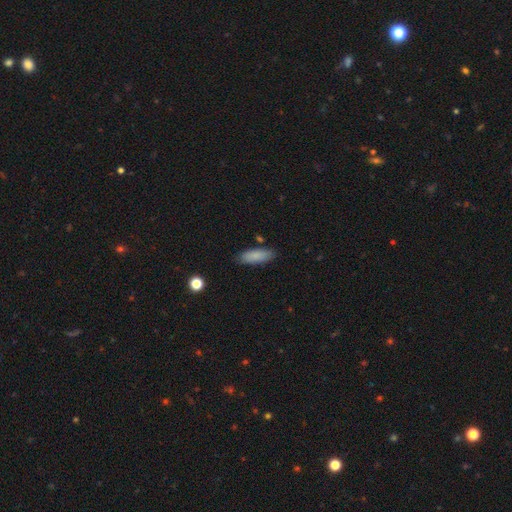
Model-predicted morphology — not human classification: smooth-or-featured: smooth: 85% | featured or disk: 8% | star or artifact: 7%
  how-rounded: in between: 63% | cigar-shaped: 35% | round: 2%
  merging: none: 83% | minor disturbance: 12% | major disturbance: 2% | merger: 2%